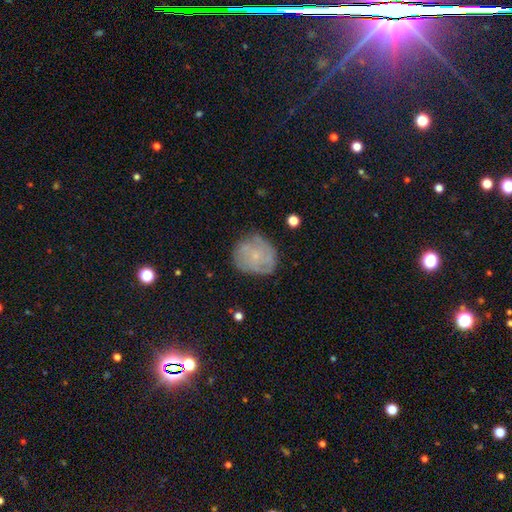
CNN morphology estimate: smooth-or-featured: featured or disk: 54% | smooth: 36% | star or artifact: 9%
  disk-edge-on: no: 97% | yes: 3%
    bar: no: 84% | weak: 14% | strong: 2%
    has-spiral-arms: yes: 75% | no: 25%
    bulge-size: small: 80% | moderate: 12% | none: 7% | large: 1% | dominant: 1%
  merging: none: 72% | minor disturbance: 20% | major disturbance: 7% | merger: 2%